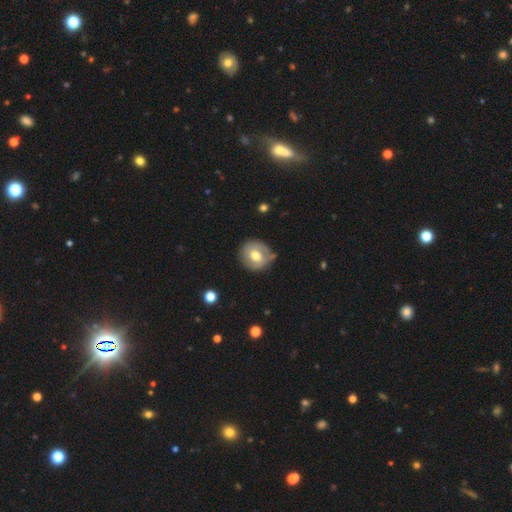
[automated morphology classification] type=smooth (50%); roundness=round (82%); merging=none (66%).